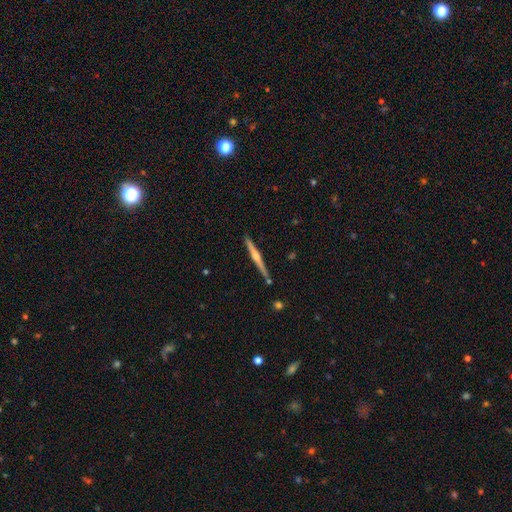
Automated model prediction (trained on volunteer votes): smooth-or-featured: featured or disk: 78% | smooth: 17% | star or artifact: 5%
  disk-edge-on: yes: 98% | no: 2%
    edge-on-bulge: rounded: 87% | none: 9% | boxy: 4%
  merging: none: 89% | minor disturbance: 7% | merger: 2% | major disturbance: 1%